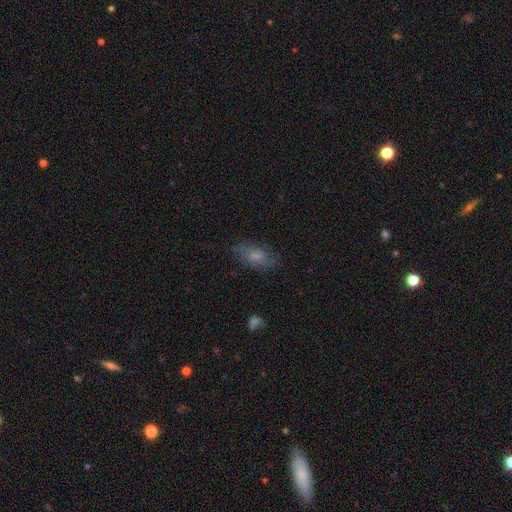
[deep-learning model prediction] Smooth or featured?
  - smooth: 55% *
  - featured or disk: 35%
  - star or artifact: 10%
How rounded?
  - in between: 86% *
  - cigar-shaped: 7%
  - round: 6%
Merging?
  - none: 71% *
  - minor disturbance: 19%
  - major disturbance: 8%
  - merger: 2%